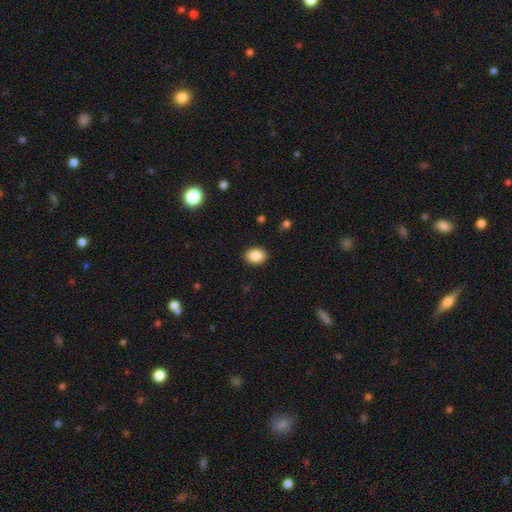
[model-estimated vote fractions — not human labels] Overall: smooth (87%). How rounded: in between (66%; round 33%). Merging: none (89%).